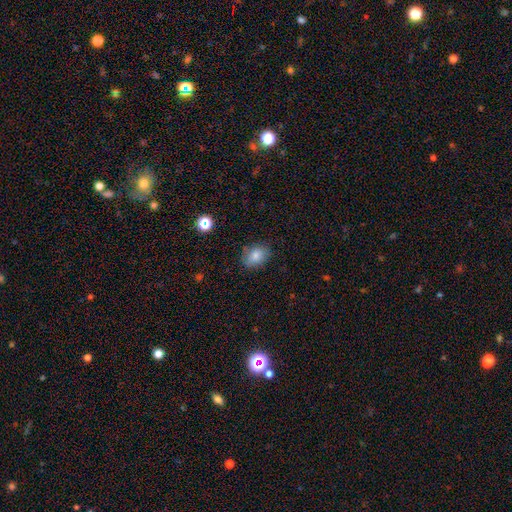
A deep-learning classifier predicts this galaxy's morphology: Q: Smooth or featured?
A: smooth (82%); runner-up: star or artifact (10%)
Q: How rounded?
A: in between (65%); runner-up: round (34%)
Q: Merging?
A: none (80%); runner-up: minor disturbance (15%)